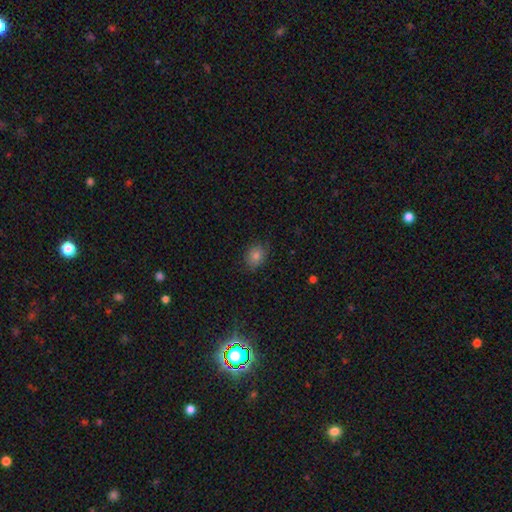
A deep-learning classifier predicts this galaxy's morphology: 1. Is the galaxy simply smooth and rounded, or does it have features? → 76% smooth, 16% star or artifact, 8% featured or disk.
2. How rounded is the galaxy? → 52% round, 47% in between, 1% cigar-shaped.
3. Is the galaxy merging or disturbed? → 84% none, 12% minor disturbance, 3% major disturbance, 1% merger.